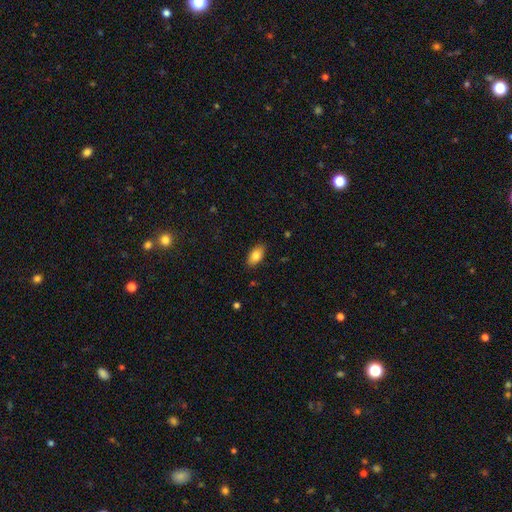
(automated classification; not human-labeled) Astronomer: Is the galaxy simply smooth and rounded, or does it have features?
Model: smooth — 83%.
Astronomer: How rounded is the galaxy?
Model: in between — 92%.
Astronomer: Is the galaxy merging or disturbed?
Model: none — 86%.